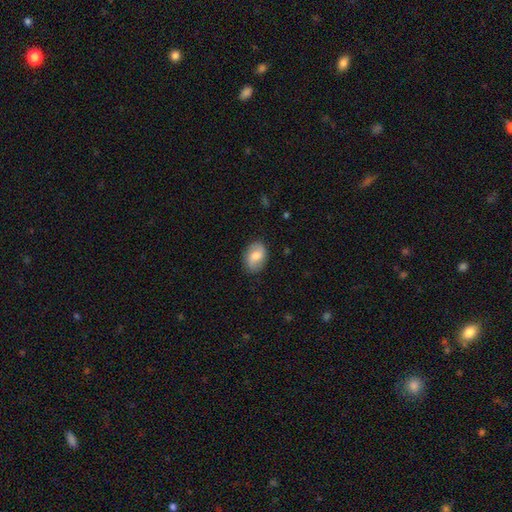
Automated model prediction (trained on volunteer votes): Q: Smooth or featured?
A: smooth (57%); runner-up: featured or disk (35%)
Q: How rounded?
A: in between (79%); runner-up: round (19%)
Q: Merging?
A: none (83%); runner-up: minor disturbance (13%)